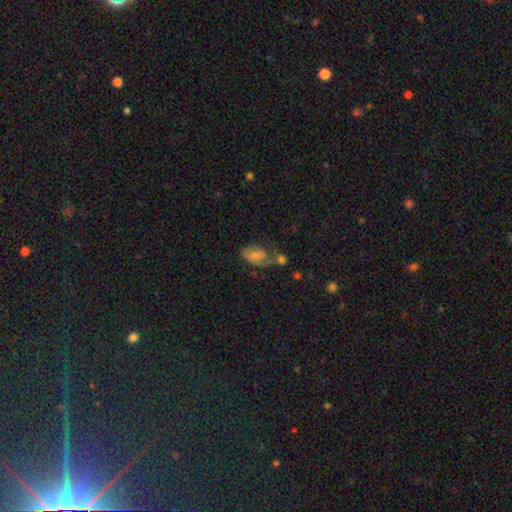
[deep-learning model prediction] Smooth or featured? smooth (47%)
Merging? none (42%)